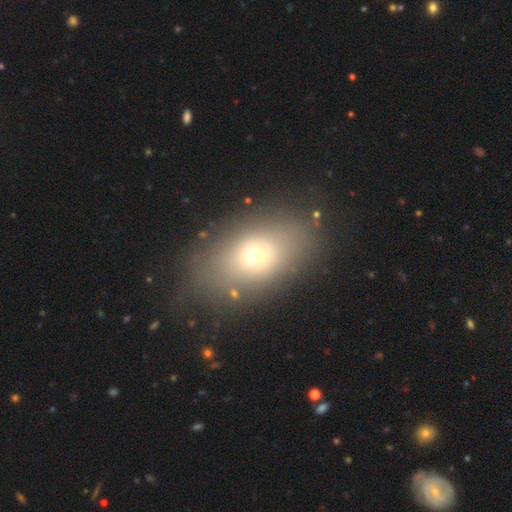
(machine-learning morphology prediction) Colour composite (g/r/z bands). It shows a smooth galaxy with no disk features (65%) that is in between round and cigar-shaped (77%). Merging: none (75%).